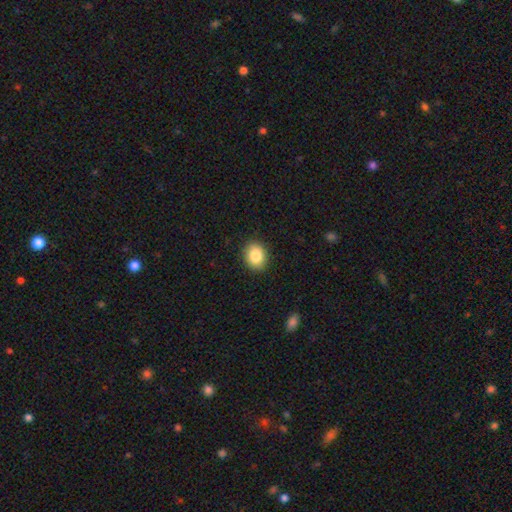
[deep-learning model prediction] A smooth galaxy with no disk features (85%) that is in between round and cigar-shaped (50%).

Vote fractions:
- Smooth or featured? smooth: 85% / star or artifact: 8% / featured or disk: 6%
- How rounded? in between: 50% / round: 49% / cigar-shaped: 1%
- Merging? none: 90% / minor disturbance: 7% / major disturbance: 2% / merger: 1%